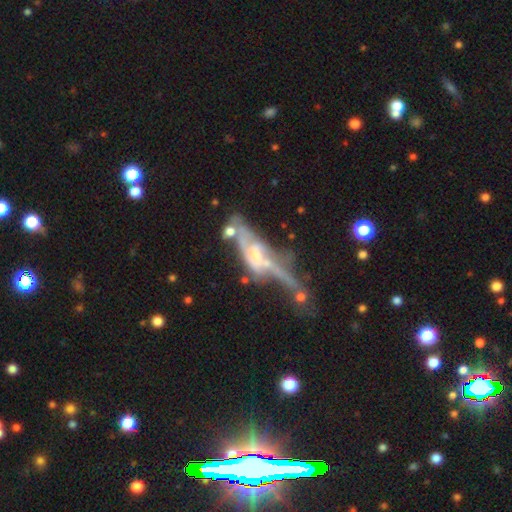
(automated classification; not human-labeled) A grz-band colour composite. It shows a featured or disk galaxy (71%). Merging: major disturbance (33%).